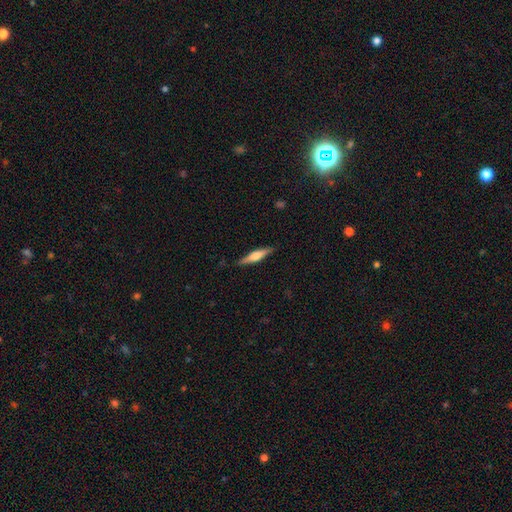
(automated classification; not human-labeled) A featured or disk galaxy (58%) viewed edge-on (97%) with a rounded central bulge (80%).

Vote fractions:
- Smooth or featured? featured or disk: 58% / smooth: 36% / star or artifact: 6%
- Edge-on disk? yes: 97% / no: 3%
- Edge-on bulge? rounded: 80% / boxy: 15% / none: 5%
- Merging? none: 88% / minor disturbance: 9% / major disturbance: 2% / merger: 1%